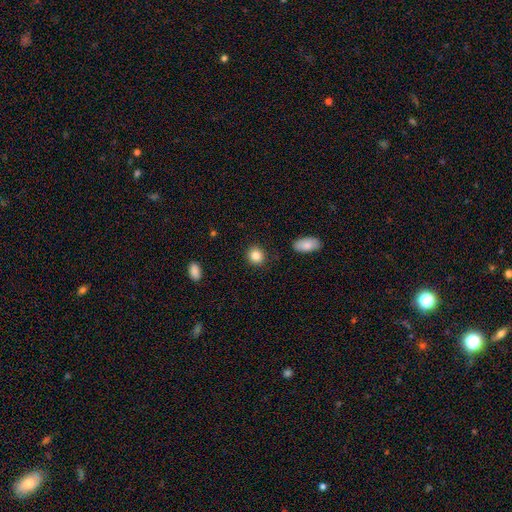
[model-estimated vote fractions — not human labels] The model was most divided on "how rounded": round: 81%, in between: 18%, cigar-shaped: 1%. More confident: merging — none (89%); smooth or featured — smooth (85%).